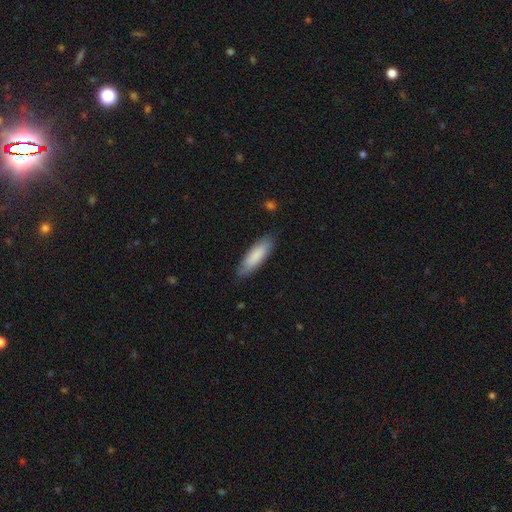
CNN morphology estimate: Overall: smooth (84%). How rounded: cigar-shaped (54%; in between 45%). Merging: none (83%).